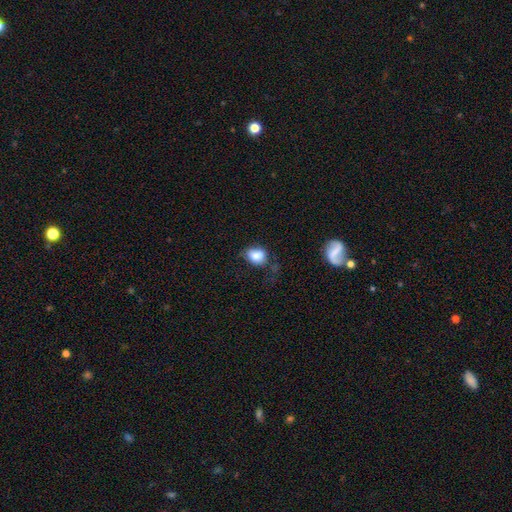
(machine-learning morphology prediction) smooth 82%, star or artifact 9%, featured or disk 9%. Down the decision tree: how rounded — in between (56%); merging — none (44%).